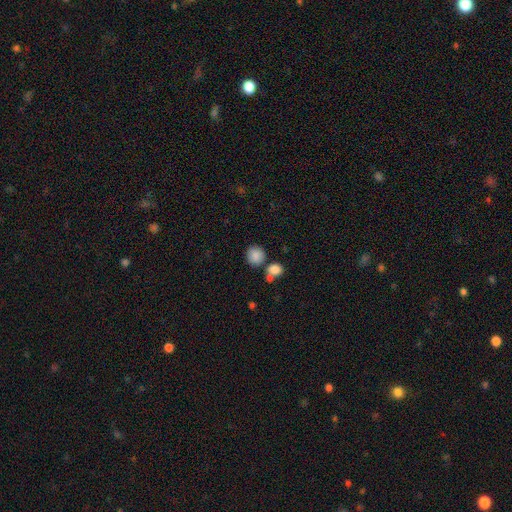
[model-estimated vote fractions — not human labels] smooth-or-featured: smooth: 87% | star or artifact: 8% | featured or disk: 5%
  how-rounded: round: 87% | in between: 12% | cigar-shaped: 1%
  merging: none: 67% | merger: 19% | minor disturbance: 11% | major disturbance: 3%